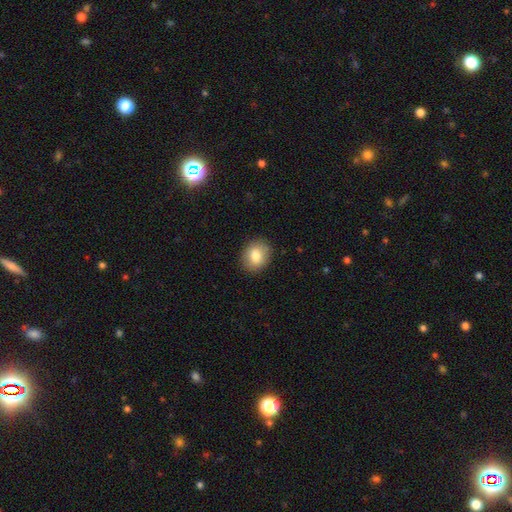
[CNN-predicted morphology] This appears to be a smooth galaxy with no disk features (80%) that is round (57%). Merging: none (87%).